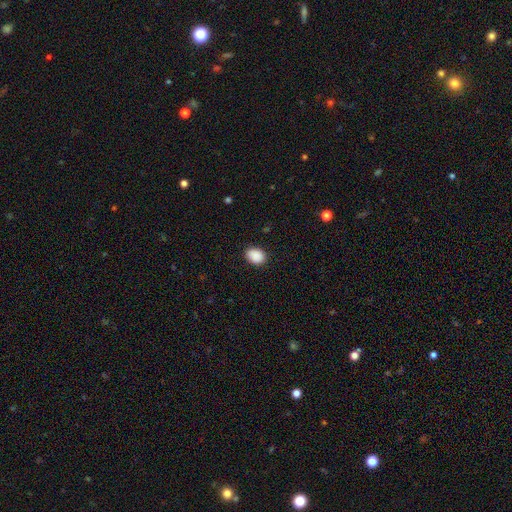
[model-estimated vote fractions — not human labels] This appears to be a smooth galaxy with no disk features (90%) that is in between round and cigar-shaped (64%). Merging: none (88%).